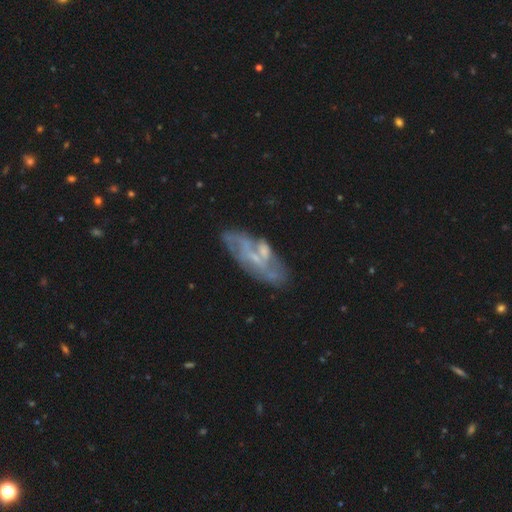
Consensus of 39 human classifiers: Smooth or featured? 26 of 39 (67%) said featured or disk. Edge-on disk? 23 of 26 (88%) said no. Bar? 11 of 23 (48%) said weak. Spiral arms? 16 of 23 (70%) said yes. Spiral winding? 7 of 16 (44%) said tight. Spiral arm count? 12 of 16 (75%) said can't tell. Bulge size? 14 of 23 (61%) said small. Merging? 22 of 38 (58%) said none.